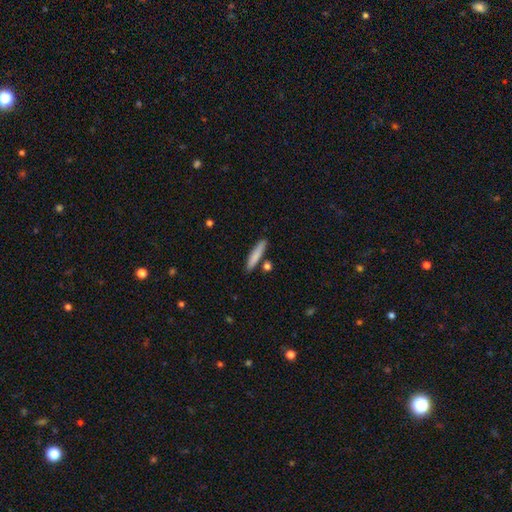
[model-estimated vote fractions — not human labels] Smooth or featured? Predicted: smooth (p=0.81). How rounded? Predicted: cigar-shaped (p=0.88). Merging? Predicted: none (p=0.82).